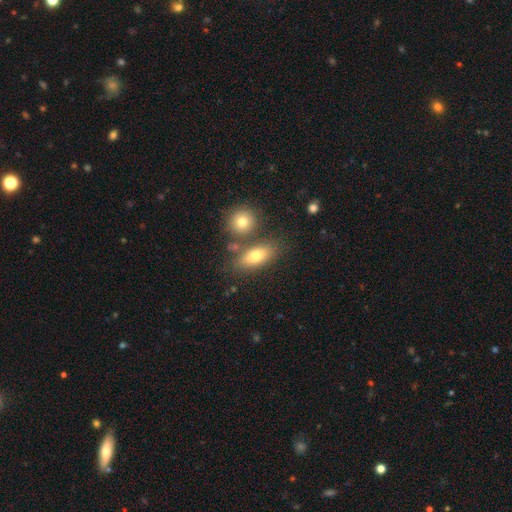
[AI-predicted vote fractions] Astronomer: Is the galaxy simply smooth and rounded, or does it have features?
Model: smooth — 74%.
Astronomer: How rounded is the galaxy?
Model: in between — 77%.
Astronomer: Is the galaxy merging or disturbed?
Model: none — 67%.